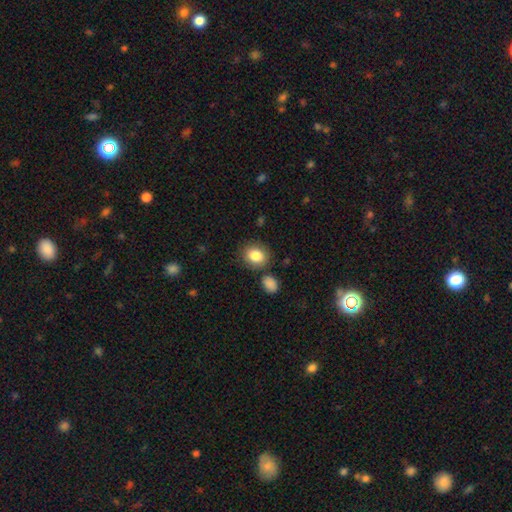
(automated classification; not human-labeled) smooth-or-featured: smooth: 84% | star or artifact: 8% | featured or disk: 7%
  how-rounded: round: 59% | in between: 40% | cigar-shaped: 1%
  merging: none: 79% | minor disturbance: 11% | merger: 6% | major disturbance: 3%